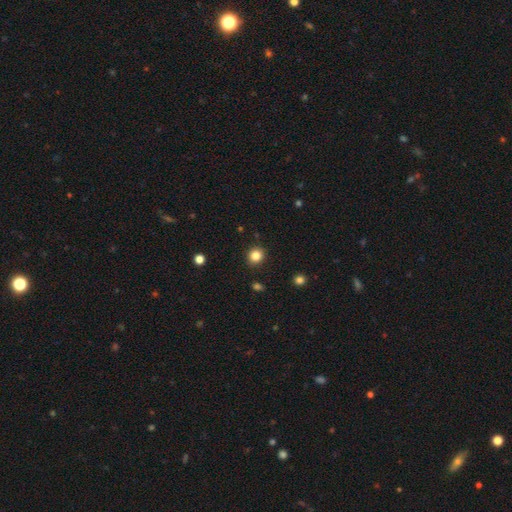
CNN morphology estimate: Smooth or featured? smooth (84%)
How rounded? round (87%)
Merging? none (90%)